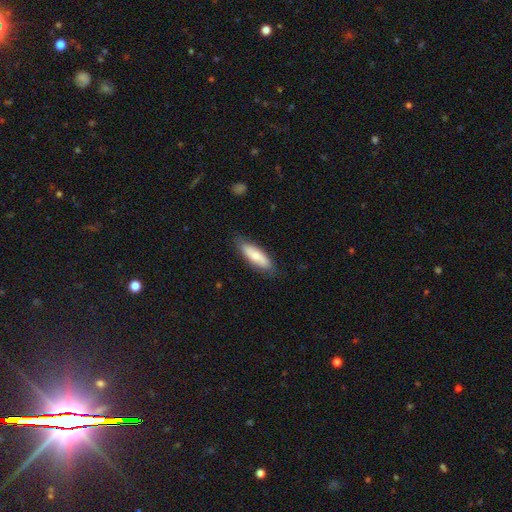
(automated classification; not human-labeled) smooth-or-featured: smooth: 73% | featured or disk: 21% | star or artifact: 6%
  how-rounded: in between: 54% | cigar-shaped: 44% | round: 2%
  merging: none: 81% | minor disturbance: 15% | major disturbance: 3% | merger: 1%